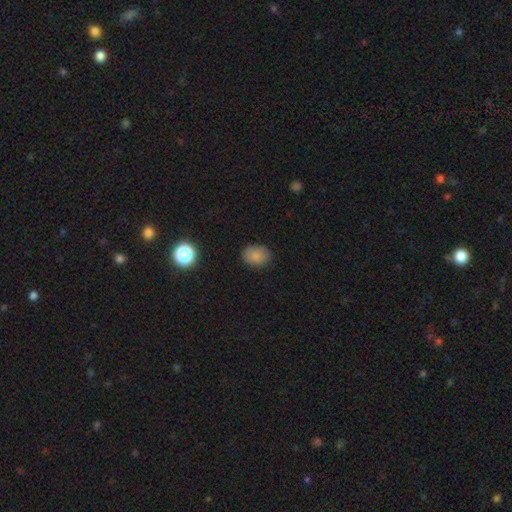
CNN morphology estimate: Smooth or featured: smooth — 83% (star or artifact — 11%)
How rounded: in between — 61% (round — 38%)
Merging: none — 83% (minor disturbance — 13%)